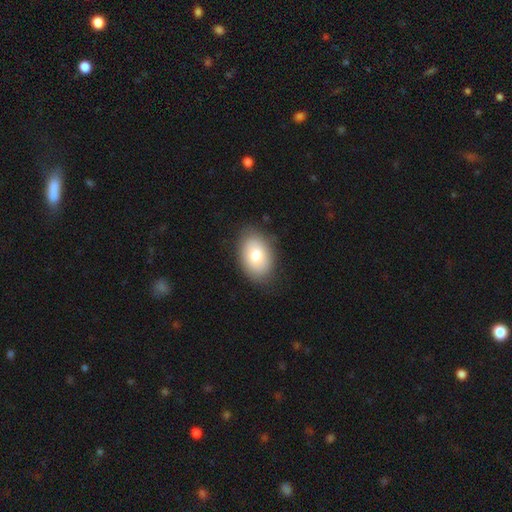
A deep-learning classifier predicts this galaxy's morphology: The model was most divided on "smooth or featured": smooth: 77%, featured or disk: 16%, star or artifact: 7%. More confident: how rounded — in between (86%); merging — none (83%).